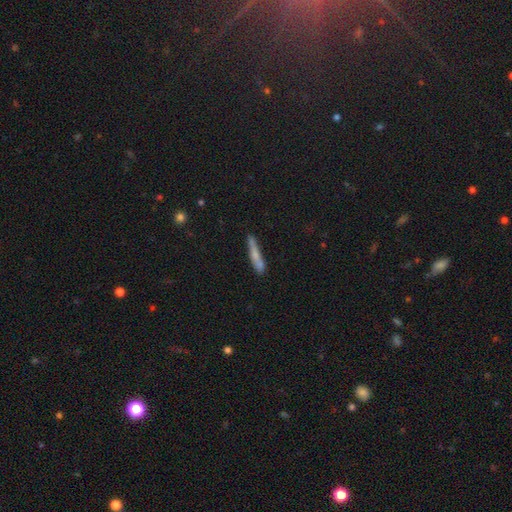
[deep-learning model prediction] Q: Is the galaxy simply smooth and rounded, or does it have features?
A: smooth — 62%.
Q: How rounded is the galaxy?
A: cigar-shaped — 91%.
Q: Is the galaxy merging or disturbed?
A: none — 70%.